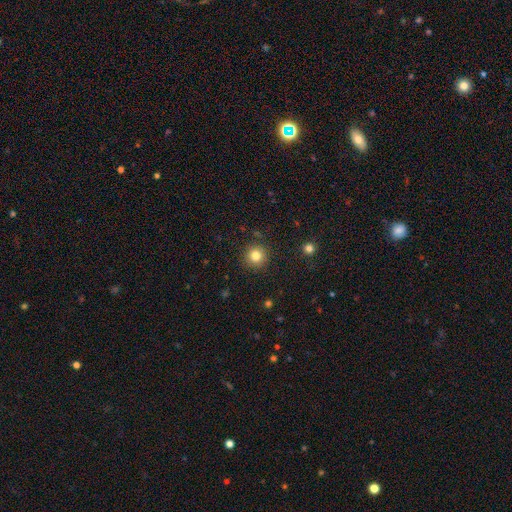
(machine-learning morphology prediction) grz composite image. It shows a smooth galaxy with no disk features (82%) that is round (94%). Merging: none (90%).